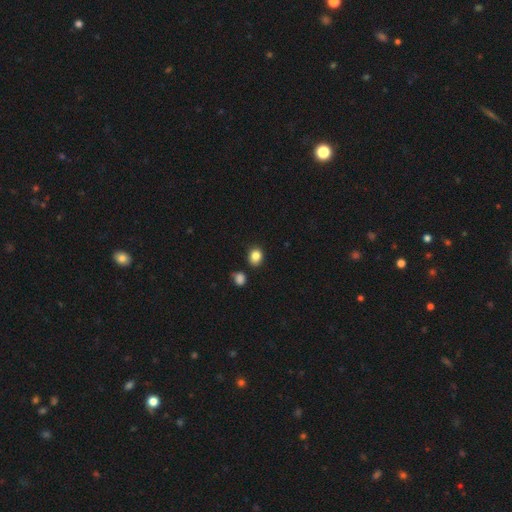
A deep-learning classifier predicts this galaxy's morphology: This appears to be a smooth galaxy with no disk features (85%) that is round (63%). Merging: none (83%).